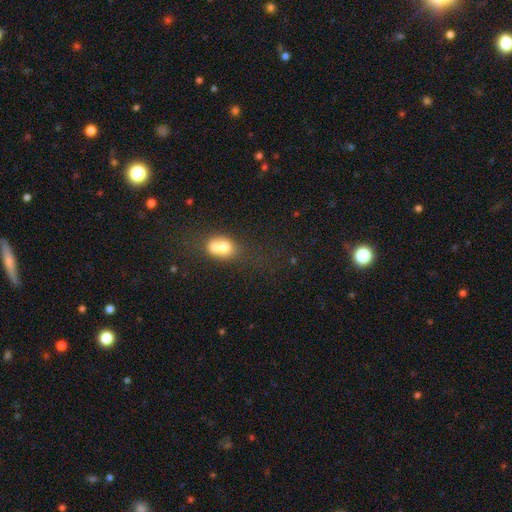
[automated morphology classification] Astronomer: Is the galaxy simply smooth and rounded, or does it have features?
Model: smooth — 61%.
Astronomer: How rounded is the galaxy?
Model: in between — 65%.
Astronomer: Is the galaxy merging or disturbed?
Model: none — 47%.